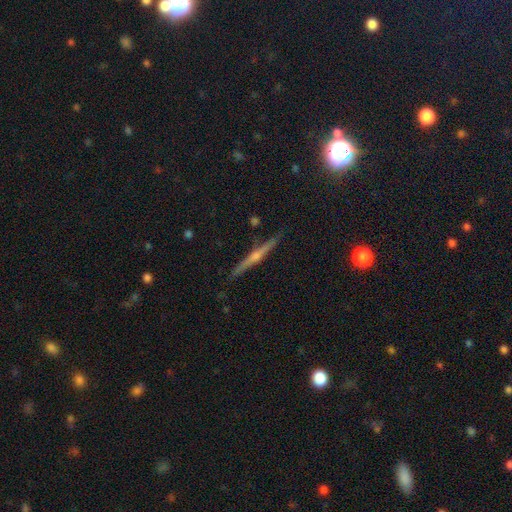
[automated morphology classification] The model was most divided on "smooth or featured": featured or disk: 77%, smooth: 14%, star or artifact: 10%. More confident: edge-on disk — yes (97%); merging — none (90%); edge-on bulge — rounded (85%).